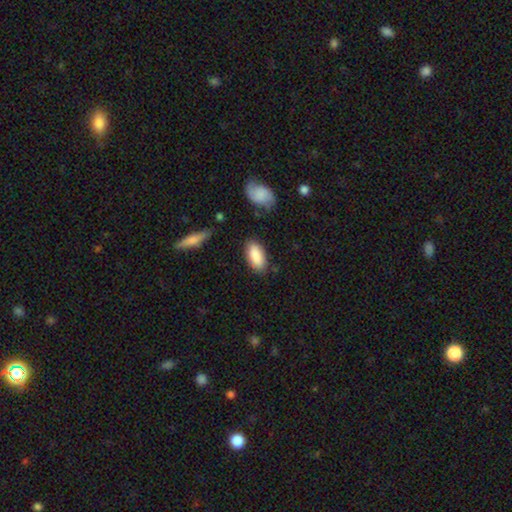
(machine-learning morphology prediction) smooth-or-featured: smooth: 88% | star or artifact: 6% | featured or disk: 6%
  how-rounded: in between: 90% | cigar-shaped: 8% | round: 2%
  merging: none: 80% | minor disturbance: 14% | major disturbance: 3% | merger: 2%